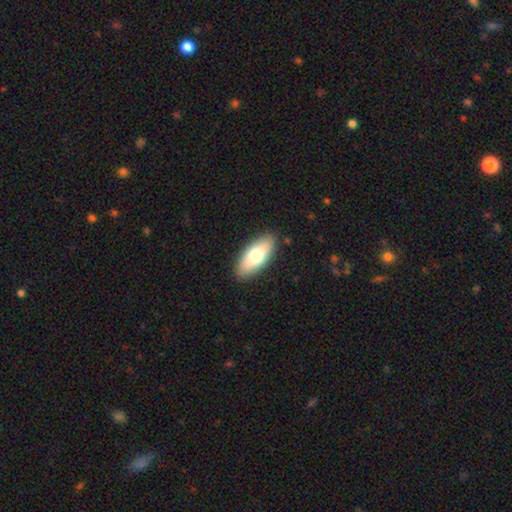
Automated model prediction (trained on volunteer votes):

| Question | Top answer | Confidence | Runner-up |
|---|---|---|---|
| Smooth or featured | smooth | 71% | featured or disk (22%) |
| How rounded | in between | 85% | cigar-shaped (12%) |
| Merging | none | 88% | minor disturbance (9%) |